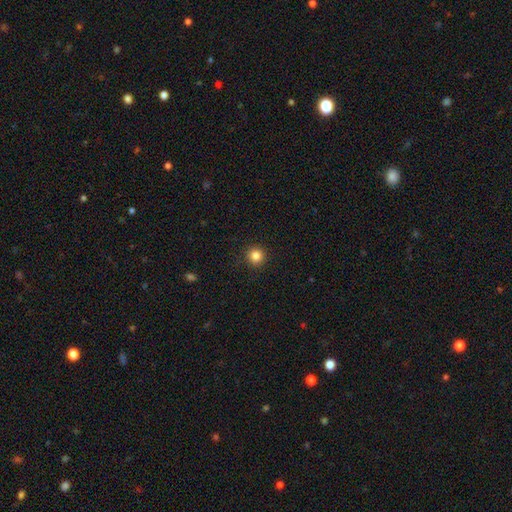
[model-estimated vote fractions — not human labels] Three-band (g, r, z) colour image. It shows a smooth galaxy with no disk features (84%) that is round (95%). Merging: none (92%).